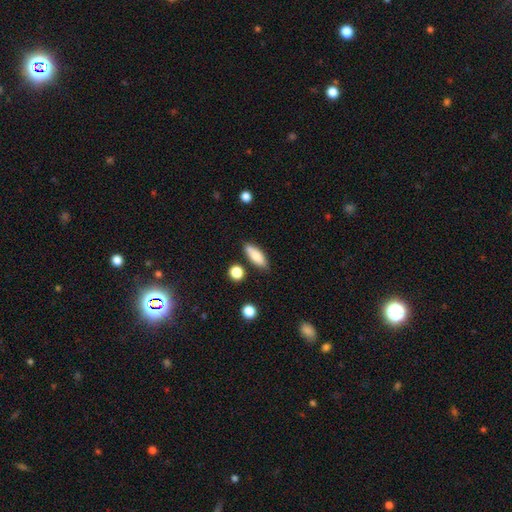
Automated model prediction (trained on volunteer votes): Overall: smooth (79%). How rounded: in between (62%; cigar-shaped 35%). Merging: none (78%).